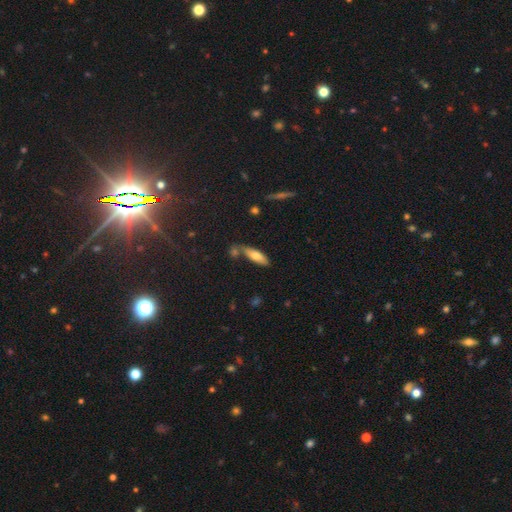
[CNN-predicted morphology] A smooth galaxy with no disk features (71%) that is in between round and cigar-shaped (49%, tied with cigar-shaped).

Vote fractions:
- Smooth or featured? smooth: 71% / featured or disk: 21% / star or artifact: 7%
- How rounded? in between: 49% (tied) / cigar-shaped: 49% (tied) / round: 2%
- Merging? none: 59% / minor disturbance: 18% / merger: 17% / major disturbance: 5%